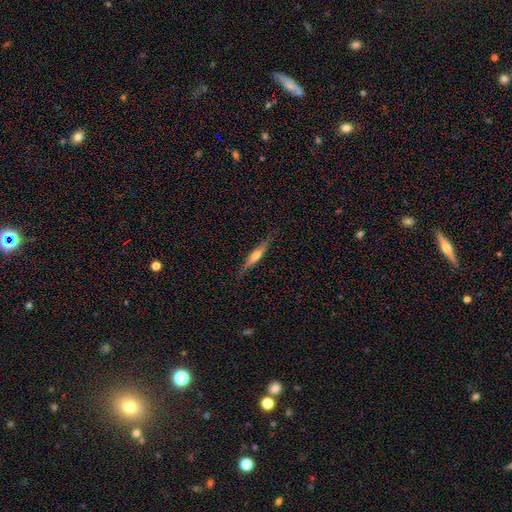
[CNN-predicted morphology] type=featured or disk (53%); edge-on=yes (94%); edge-on bulge=rounded (77%); merging=none (85%).